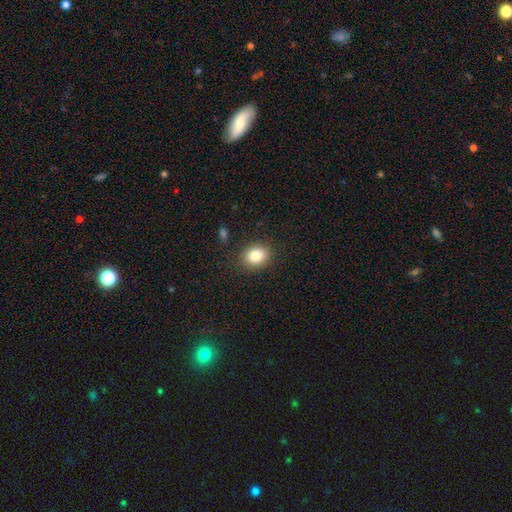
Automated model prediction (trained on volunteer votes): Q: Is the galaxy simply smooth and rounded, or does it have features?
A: smooth — 85%.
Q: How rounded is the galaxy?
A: round — 51%.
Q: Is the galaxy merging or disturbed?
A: none — 87%.